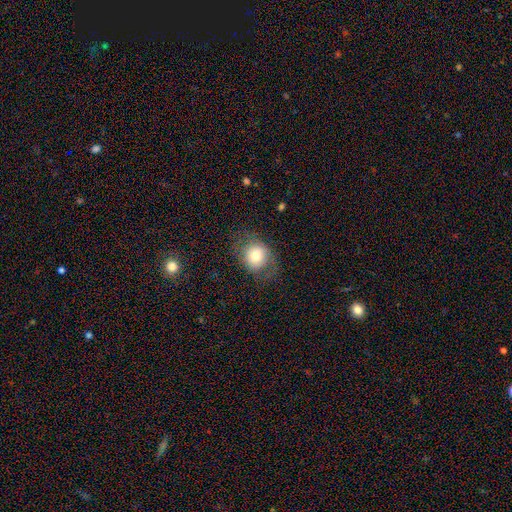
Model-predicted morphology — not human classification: smooth_or_featured: smooth (p=0.69) [alt: featured or disk p=0.22]
how_rounded: round (p=0.67) [alt: in between p=0.32]
merging: none (p=0.65) [alt: minor disturbance p=0.20]